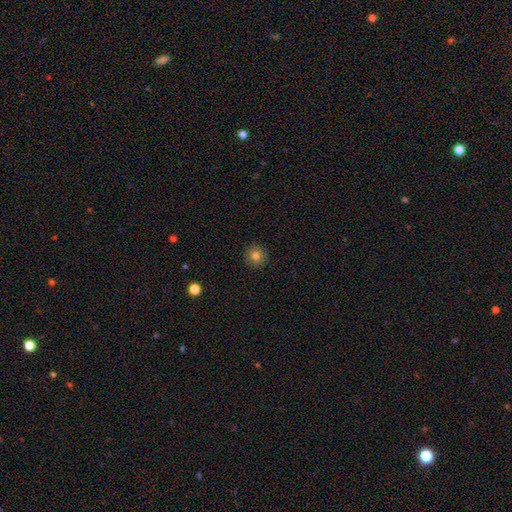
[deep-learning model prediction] This is clearly a smooth galaxy (81%). How rounded: clearly round (95%). Merging: clearly none (92%).